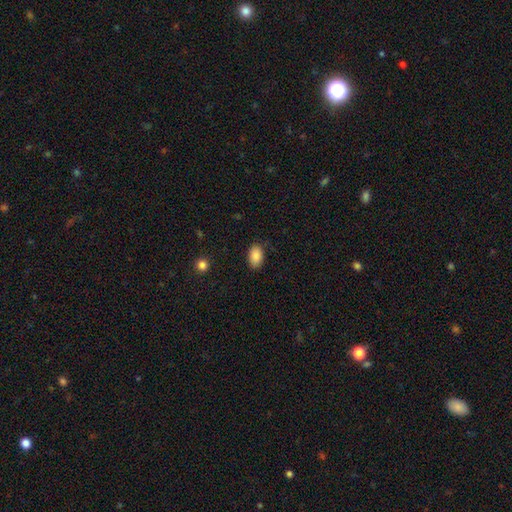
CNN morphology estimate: Smooth or featured: smooth — 87% (star or artifact — 8%)
How rounded: in between — 90% (round — 9%)
Merging: none — 83% (minor disturbance — 13%)